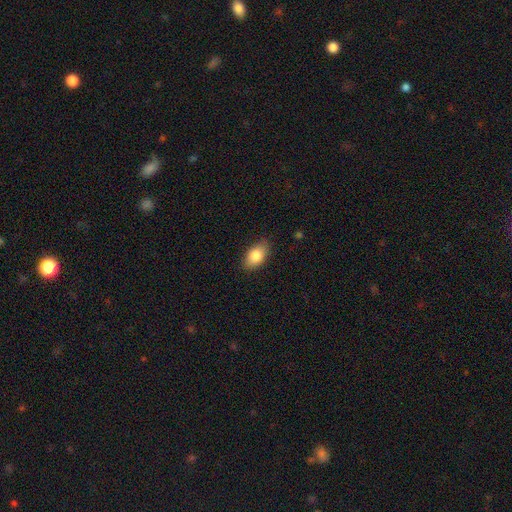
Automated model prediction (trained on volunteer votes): Q: Smooth or featured?
A: smooth (84%); runner-up: featured or disk (9%)
Q: How rounded?
A: in between (90%); runner-up: round (8%)
Q: Merging?
A: none (83%); runner-up: minor disturbance (13%)